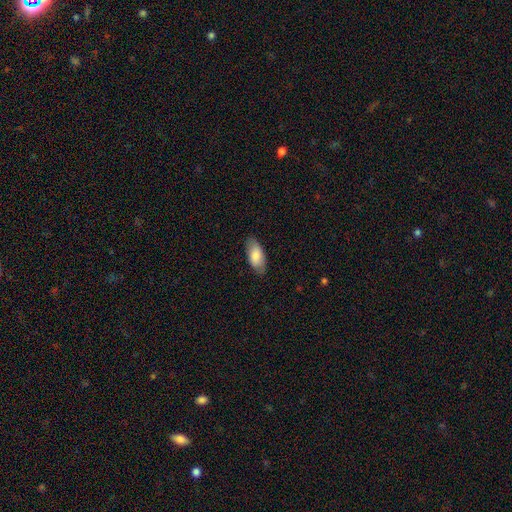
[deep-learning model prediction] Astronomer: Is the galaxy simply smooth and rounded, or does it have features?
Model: smooth — 82%.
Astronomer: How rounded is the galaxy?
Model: in between — 89%.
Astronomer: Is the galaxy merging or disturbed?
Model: none — 82%.